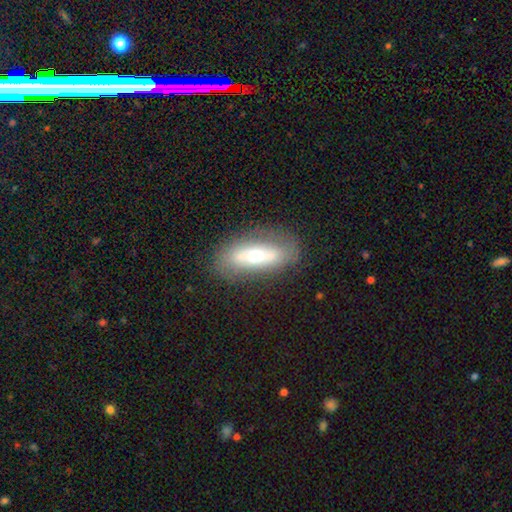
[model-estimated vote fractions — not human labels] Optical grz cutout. It shows a featured or disk galaxy (50%). Merging: none (80%).